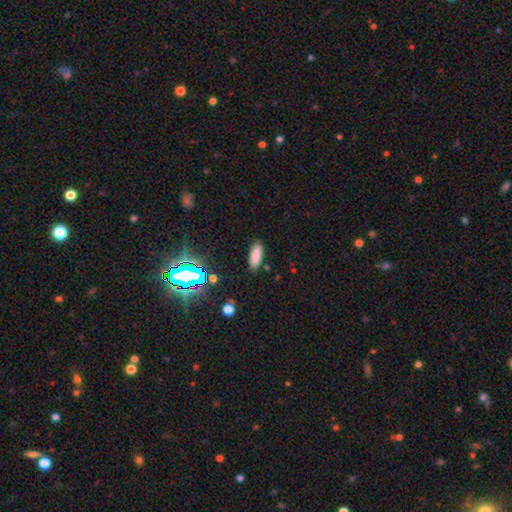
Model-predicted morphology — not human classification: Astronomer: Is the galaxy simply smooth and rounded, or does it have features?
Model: smooth — 81%.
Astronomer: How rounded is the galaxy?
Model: in between — 60% (runner-up: cigar-shaped, 38%).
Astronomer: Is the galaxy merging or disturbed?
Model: none — 88%.